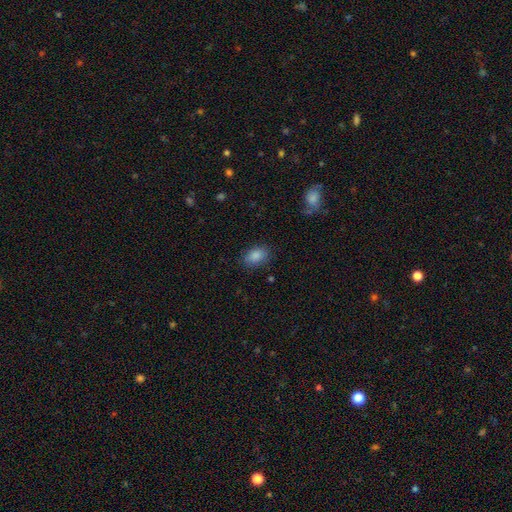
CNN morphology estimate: smooth-or-featured: smooth: 87% | star or artifact: 8% | featured or disk: 5%
  how-rounded: in between: 87% | round: 12% | cigar-shaped: 1%
  merging: none: 84% | minor disturbance: 12% | major disturbance: 3% | merger: 1%